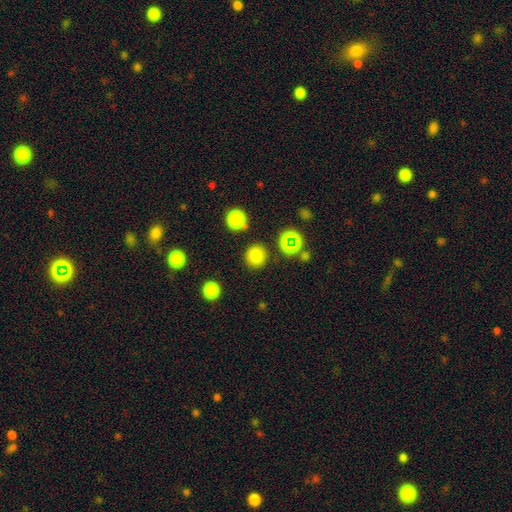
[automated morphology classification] A smooth galaxy with no disk features (79%) that is round (91%). Merging: none (87%).